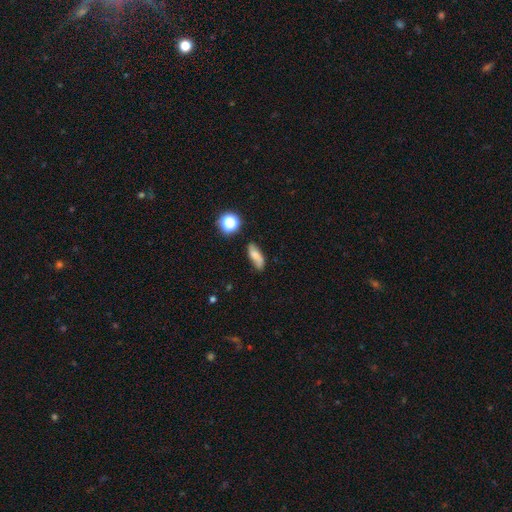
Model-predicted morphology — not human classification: This appears to be a smooth galaxy with no disk features (60%) that is in between round and cigar-shaped (69%). Merging: none (70%).